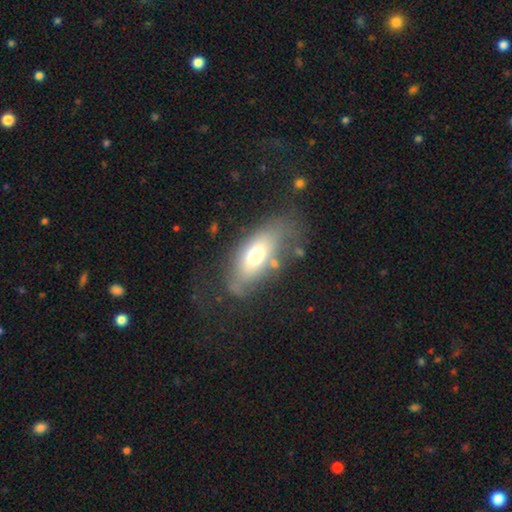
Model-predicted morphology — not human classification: smooth_or_featured: smooth (p=0.61) [alt: featured or disk p=0.29]
how_rounded: in between (p=0.83) [alt: cigar-shaped p=0.12]
merging: none (p=0.57) [alt: minor disturbance p=0.22]